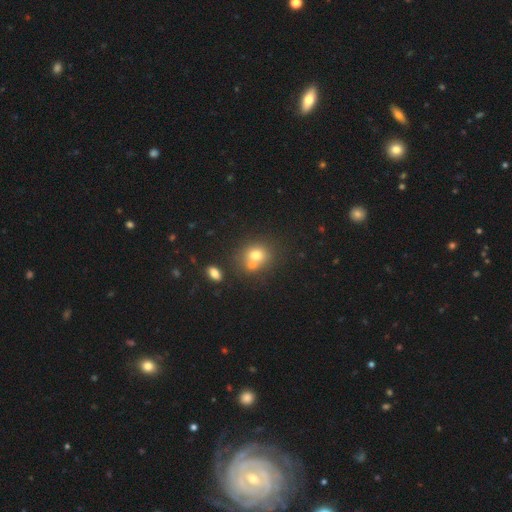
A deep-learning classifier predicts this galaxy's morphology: type=smooth (72%); roundness=round (70%); merging=merger (44%).